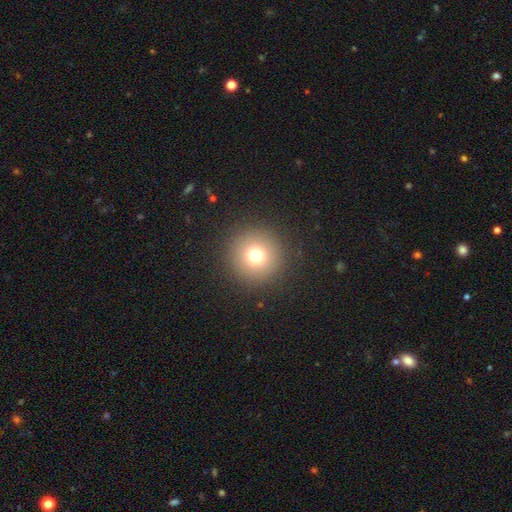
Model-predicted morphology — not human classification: smooth-or-featured: smooth: 74% | star or artifact: 16% | featured or disk: 10%
  how-rounded: round: 97% | in between: 2% | cigar-shaped: 1%
  merging: none: 91% | minor disturbance: 5% | major disturbance: 3% | merger: 1%